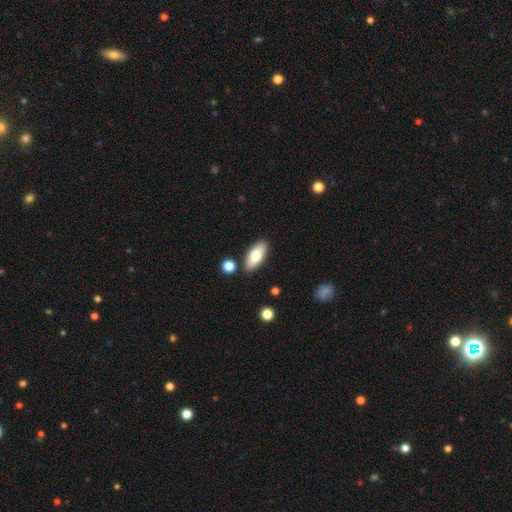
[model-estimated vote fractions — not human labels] Smooth or featured: smooth — 77% (featured or disk — 17%)
How rounded: in between — 86% (cigar-shaped — 11%)
Merging: none — 85% (minor disturbance — 9%)